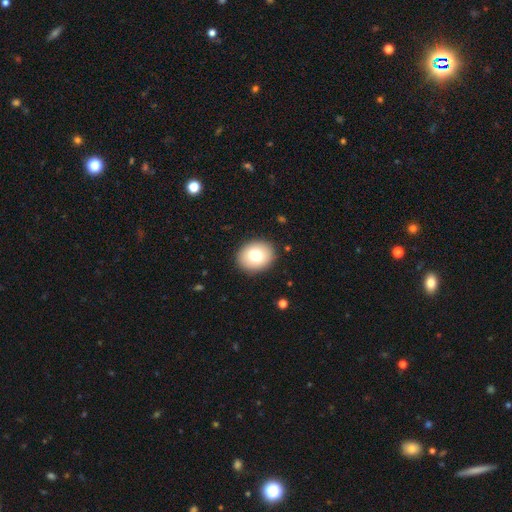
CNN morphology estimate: Q: Smooth or featured?
A: smooth (77%); runner-up: featured or disk (14%)
Q: How rounded?
A: round (52%); runner-up: in between (47%)
Q: Merging?
A: none (90%); runner-up: minor disturbance (7%)